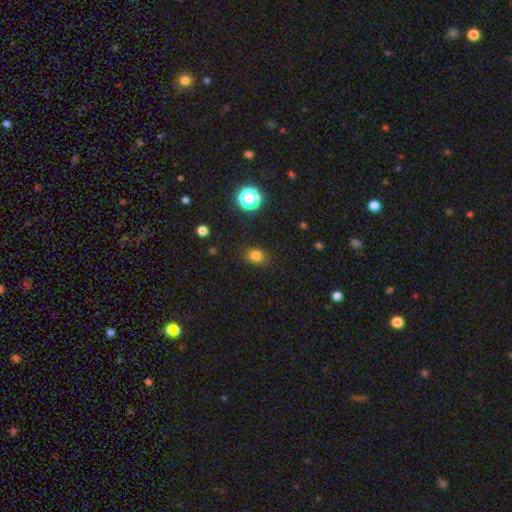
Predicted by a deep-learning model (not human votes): Smooth or featured?
  - smooth: 79% *
  - star or artifact: 16%
  - featured or disk: 5%
How rounded?
  - round: 56% *
  - in between: 43%
  - cigar-shaped: 1%
Merging?
  - none: 84% *
  - minor disturbance: 11%
  - major disturbance: 3%
  - merger: 2%